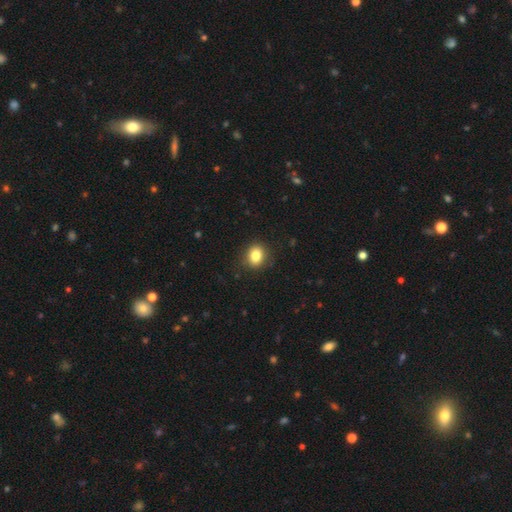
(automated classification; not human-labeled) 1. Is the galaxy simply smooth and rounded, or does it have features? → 83% smooth, 10% star or artifact, 7% featured or disk.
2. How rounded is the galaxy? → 59% round, 40% in between, 1% cigar-shaped.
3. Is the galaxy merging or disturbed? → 87% none, 9% minor disturbance, 3% major disturbance, 1% merger.